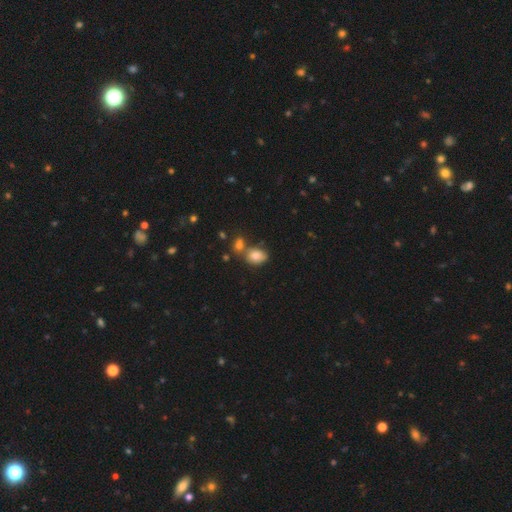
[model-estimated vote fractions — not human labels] Overall: smooth (76%). How rounded: in between (71%). Merging: none (53%; merger 29%).